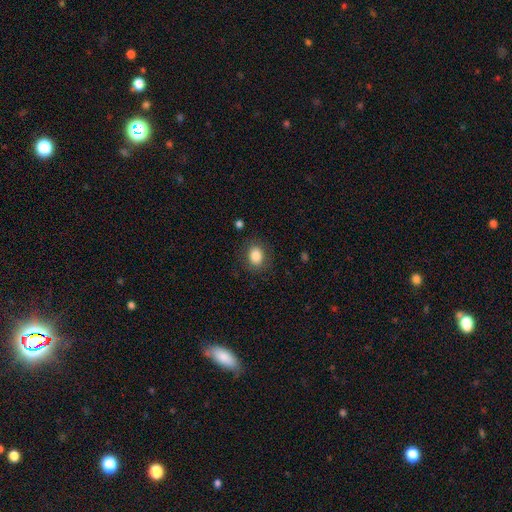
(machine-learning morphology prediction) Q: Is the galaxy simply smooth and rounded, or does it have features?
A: smooth — 85%.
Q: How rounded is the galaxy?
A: in between — 51%.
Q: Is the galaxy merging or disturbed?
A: none — 84%.